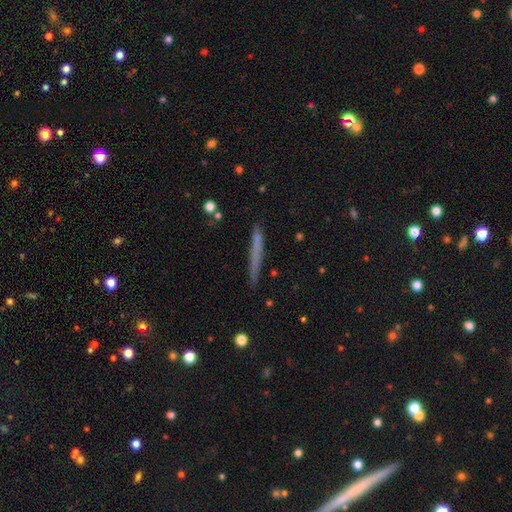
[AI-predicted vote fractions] Morphology: type=smooth (55%); roundness=cigar-shaped (95%); merging=none (87%).